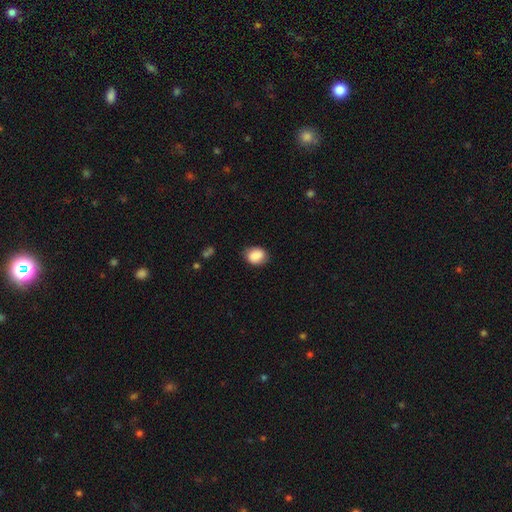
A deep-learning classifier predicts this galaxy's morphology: A smooth galaxy with no disk features (84%) that is in between round and cigar-shaped (60%).

Vote fractions:
- Smooth or featured? smooth: 84% / featured or disk: 8% / star or artifact: 8%
- How rounded? in between: 60% / round: 39% / cigar-shaped: 1%
- Merging? none: 78% / minor disturbance: 17% / major disturbance: 4% / merger: 1%